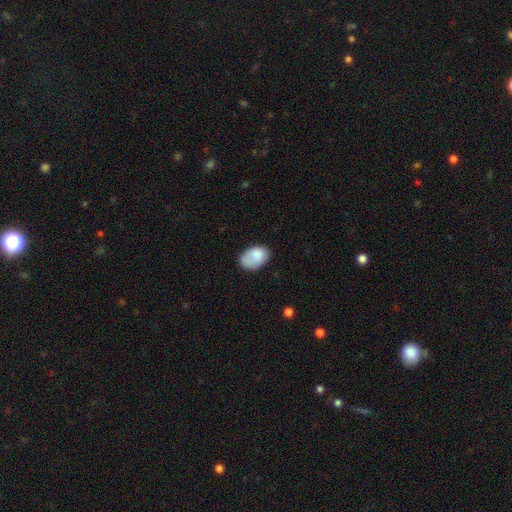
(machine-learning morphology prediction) smooth 81%, featured or disk 12%, star or artifact 7%. Down the decision tree: how rounded — in between (87%); merging — none (54%).